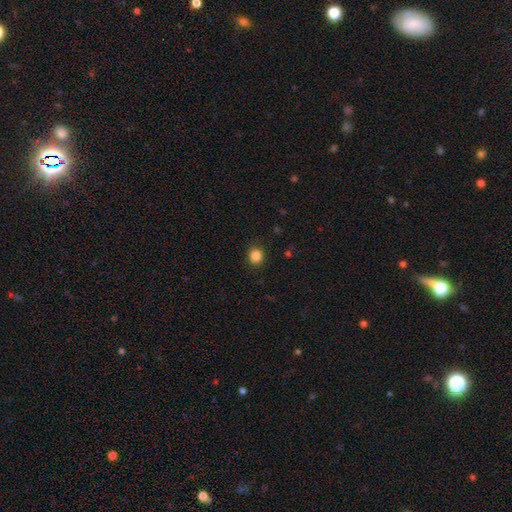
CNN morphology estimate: Smooth or featured?
  - smooth: 85% *
  - star or artifact: 11%
  - featured or disk: 4%
How rounded?
  - round: 83% *
  - in between: 17%
  - cigar-shaped: 1%
Merging?
  - none: 89% *
  - minor disturbance: 7%
  - major disturbance: 2%
  - merger: 1%